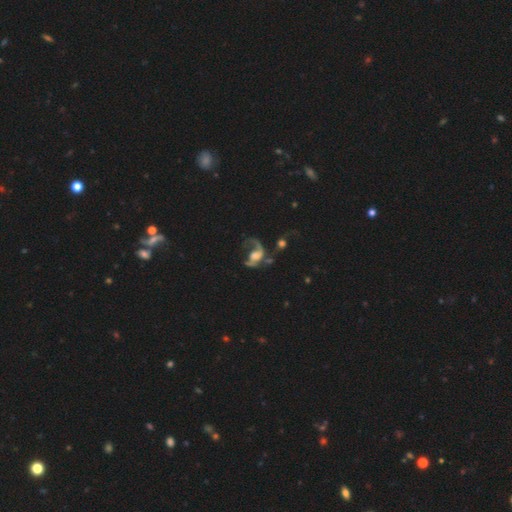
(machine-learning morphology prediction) A featured or disk galaxy (74%) with no bar (62%), 1 (47%) loose (59%) spiral arms (82%) and a moderate central bulge (36%). Merging: major disturbance (46%).